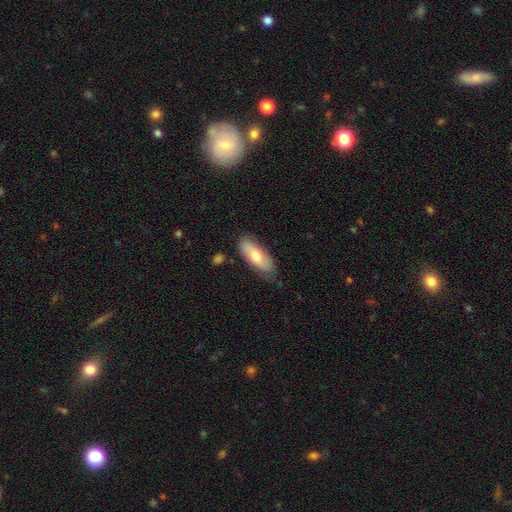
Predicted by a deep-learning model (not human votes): Smooth or featured: smooth — 64% (featured or disk — 30%)
How rounded: in between — 78% (cigar-shaped — 19%)
Merging: none — 77% (minor disturbance — 18%)